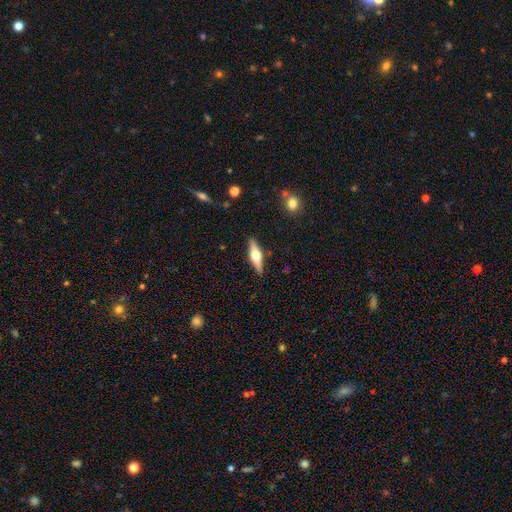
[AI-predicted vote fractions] featured or disk 63%, smooth 31%, star or artifact 6%. Down the decision tree: edge-on disk — yes (96%); edge-on bulge — rounded (94%); merging — none (89%).